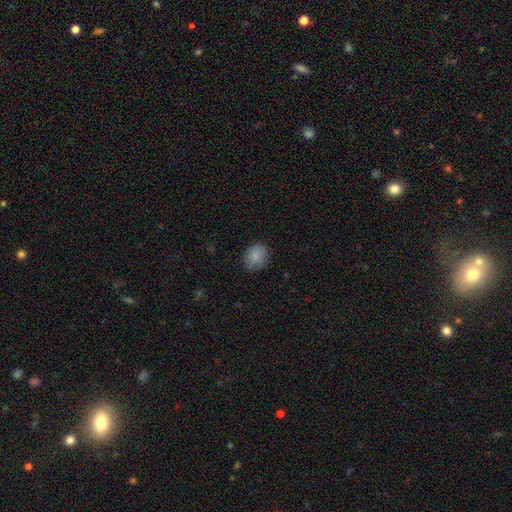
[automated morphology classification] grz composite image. It shows a smooth galaxy with no disk features (86%) that is round (54%). Merging: none (82%).